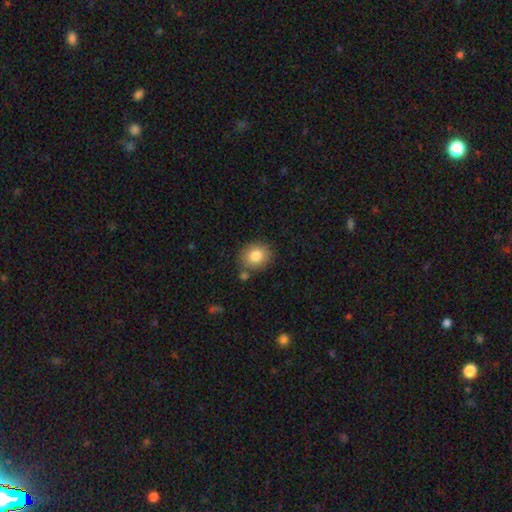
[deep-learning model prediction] A smooth galaxy with no disk features (83%) that is round (71%). Merging: none (78%).